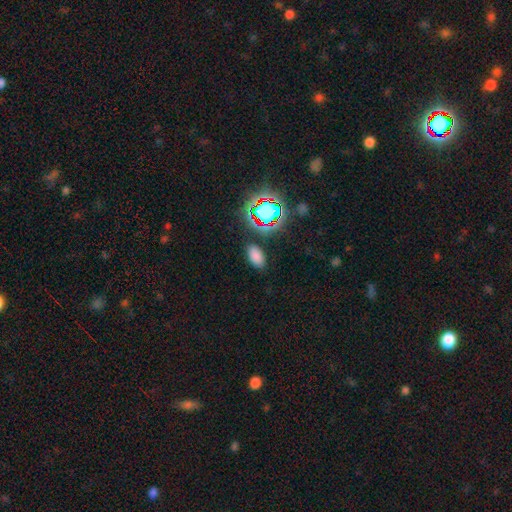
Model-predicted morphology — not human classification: The model was most divided on "smooth or featured": smooth: 74%, star or artifact: 20%, featured or disk: 6%. More confident: how rounded — in between (92%); merging — none (85%).